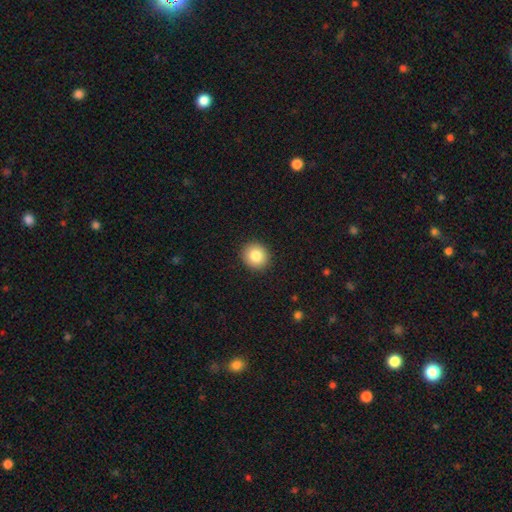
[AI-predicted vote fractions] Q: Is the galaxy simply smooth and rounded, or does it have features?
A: smooth — 84%.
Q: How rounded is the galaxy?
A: round — 87%.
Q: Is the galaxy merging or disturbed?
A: none — 92%.